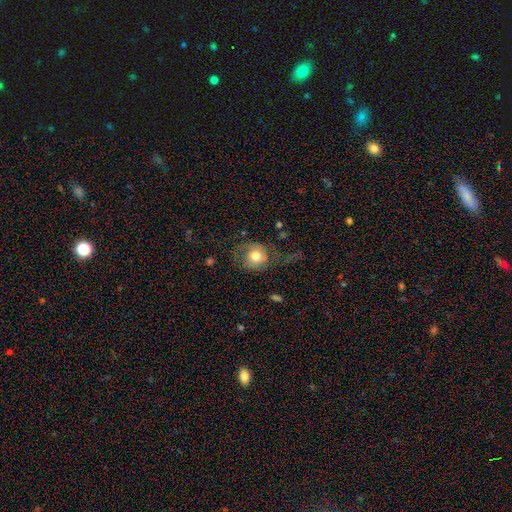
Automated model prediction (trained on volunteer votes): Smooth or featured?
  - smooth: 62% *
  - featured or disk: 30%
  - star or artifact: 8%
How rounded?
  - round: 73% *
  - in between: 25%
  - cigar-shaped: 1%
Merging?
  - none: 44% *
  - major disturbance: 31%
  - minor disturbance: 22%
  - merger: 3%